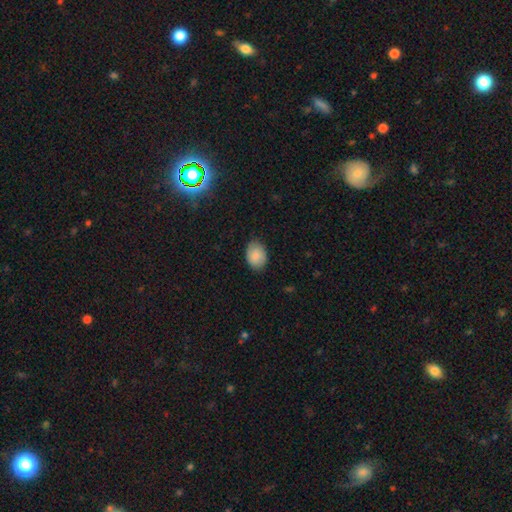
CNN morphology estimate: smooth_or_featured: smooth (p=0.85) [alt: featured or disk p=0.08]
how_rounded: in between (p=0.72) [alt: round p=0.28]
merging: none (p=0.82) [alt: minor disturbance p=0.14]